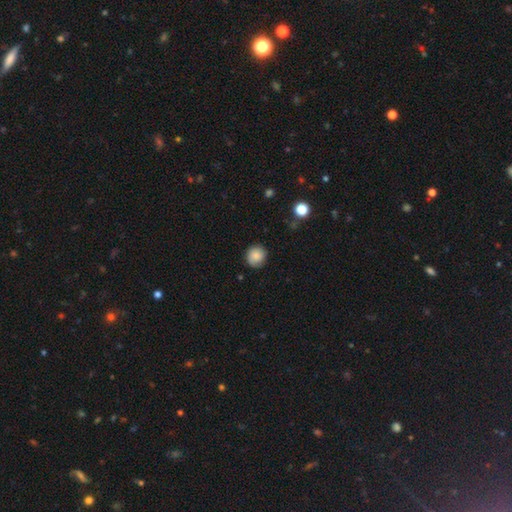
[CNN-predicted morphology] smooth 81%, featured or disk 10%, star or artifact 8%. Down the decision tree: how rounded — round (89%); merging — none (83%).